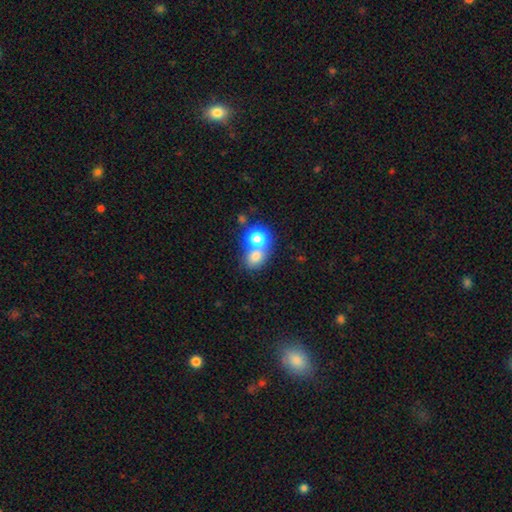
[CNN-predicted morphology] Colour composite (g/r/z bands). It shows a smooth galaxy with no disk features (71%) that is round (60%). Merging: merger (54%).